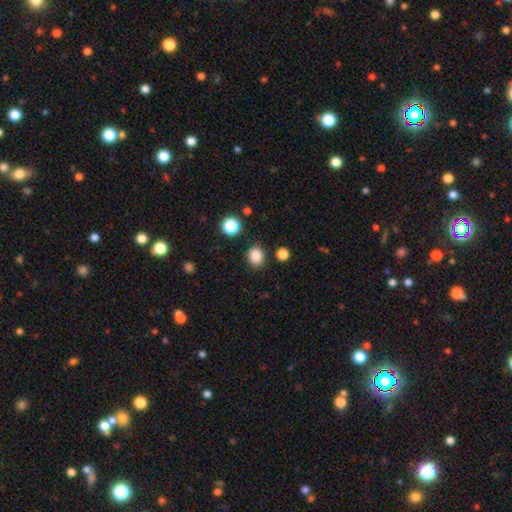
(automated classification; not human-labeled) Smooth or featured?
  - smooth: 85% *
  - star or artifact: 12%
  - featured or disk: 3%
How rounded?
  - round: 62% *
  - in between: 37%
  - cigar-shaped: 1%
Merging?
  - none: 84% *
  - minor disturbance: 10%
  - merger: 3%
  - major disturbance: 3%